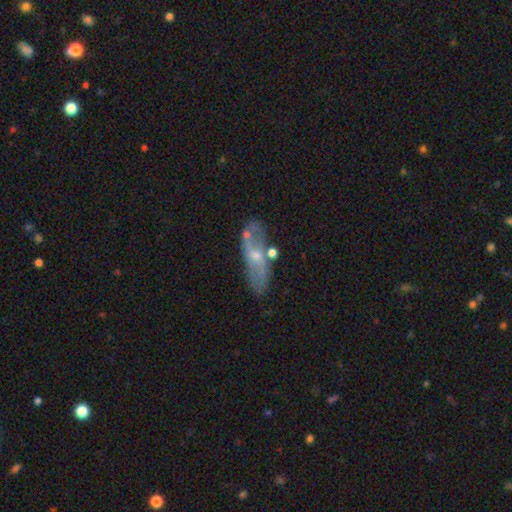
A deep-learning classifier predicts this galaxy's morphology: Smooth or featured?
  - featured or disk: 61% *
  - smooth: 31%
  - star or artifact: 8%
Edge-on disk?
  - no: 78% *
  - yes: 22%
Merging?
  - none: 62% *
  - minor disturbance: 20%
  - merger: 10%
  - major disturbance: 8%